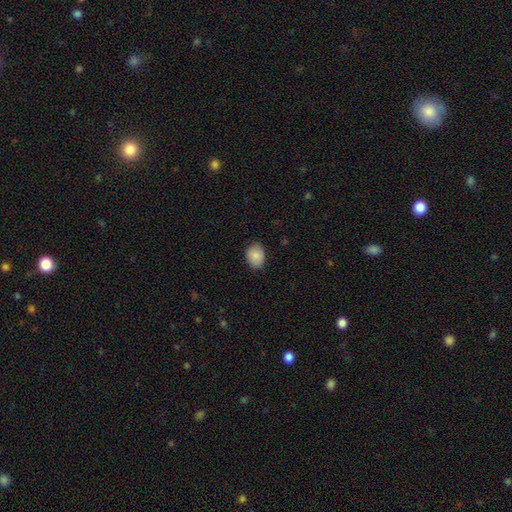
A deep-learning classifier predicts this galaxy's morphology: Q: Smooth or featured?
A: smooth (86%); runner-up: star or artifact (7%)
Q: How rounded?
A: in between (63%); runner-up: round (36%)
Q: Merging?
A: none (84%); runner-up: minor disturbance (13%)